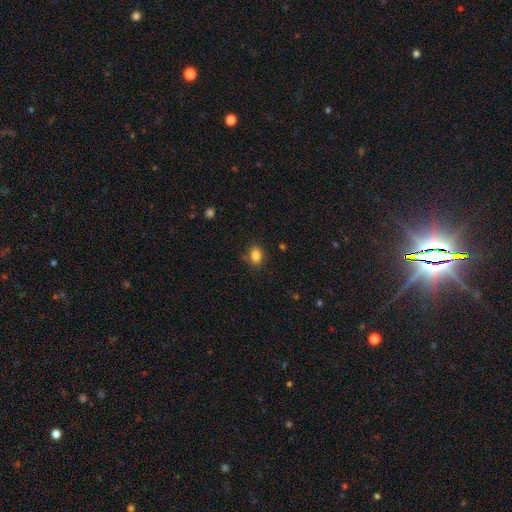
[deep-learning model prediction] Morphology: type=smooth (85%); roundness=in between (71%); merging=none (82%).